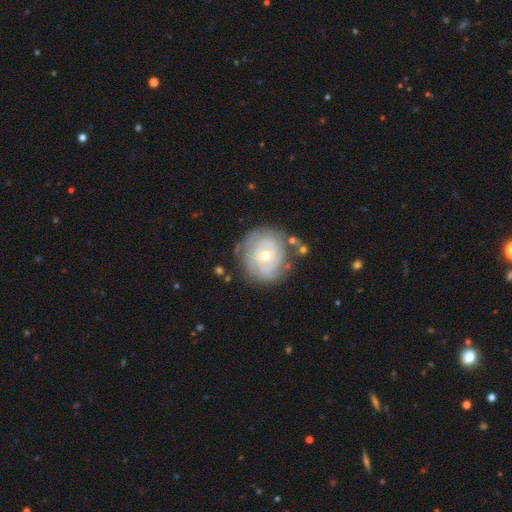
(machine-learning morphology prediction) Smooth or featured?
  - featured or disk: 69% *
  - smooth: 19%
  - star or artifact: 12%
Edge-on disk?
  - no: 96% *
  - yes: 4%
Bar?
  - no: 63% *
  - weak: 29%
  - strong: 9%
Spiral arms?
  - yes: 85% *
  - no: 15%
Spiral winding?
  - tight: 77% *
  - medium: 18%
  - loose: 6%
Spiral arm count?
  - can't tell: 46% *
  - 2: 22%
  - 3: 13%
  - 4: 7%
  - more than 4: 6%
  - 1: 5%
Bulge size?
  - small: 53% *
  - moderate: 43%
  - large: 2%
  - none: 1%
  - dominant: 1%
Merging?
  - none: 75% *
  - minor disturbance: 15%
  - major disturbance: 6%
  - merger: 5%